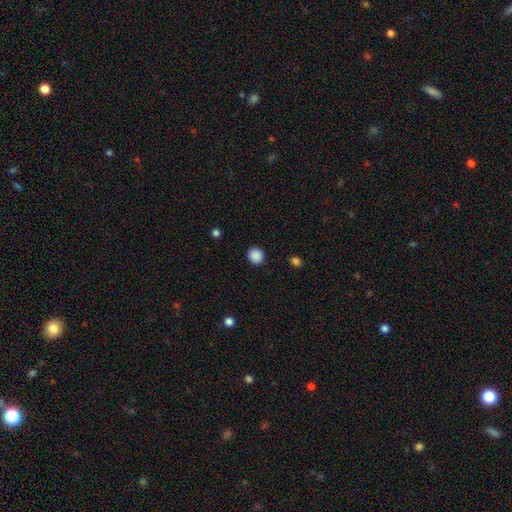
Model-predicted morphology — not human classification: A smooth galaxy with no disk features (89%) that is round (82%).

Vote fractions:
- Smooth or featured? smooth: 89% / star or artifact: 9% / featured or disk: 2%
- How rounded? round: 82% / in between: 18% / cigar-shaped: 1%
- Merging? none: 91% / minor disturbance: 6% / major disturbance: 2% / merger: 1%